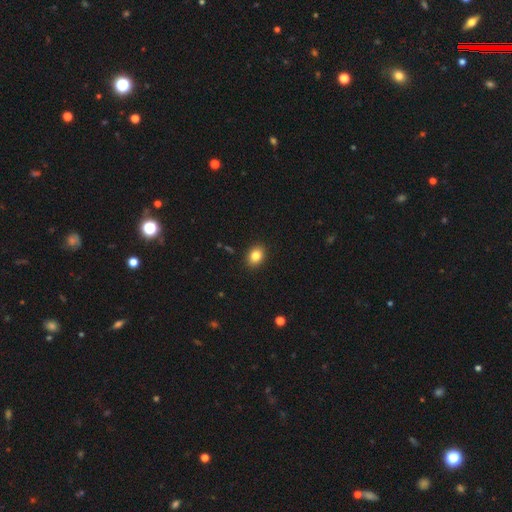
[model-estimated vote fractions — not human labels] This is clearly a smooth galaxy (84%). How rounded: possibly in between (59%). Merging: clearly none (91%).